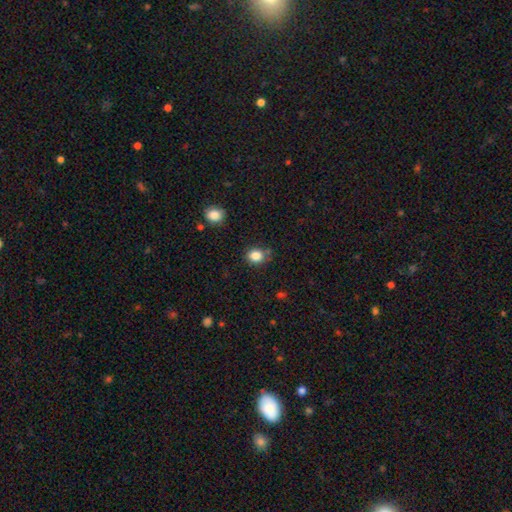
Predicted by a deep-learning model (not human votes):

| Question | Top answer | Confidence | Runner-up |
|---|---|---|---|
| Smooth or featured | smooth | 85% | star or artifact (10%) |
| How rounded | round | 63% | in between (36%) |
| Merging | none | 76% | minor disturbance (15%) |